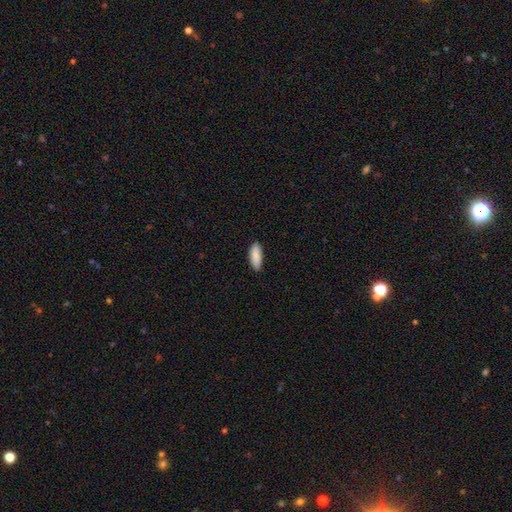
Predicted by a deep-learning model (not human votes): Q: Smooth or featured?
A: smooth (88%); runner-up: featured or disk (7%)
Q: How rounded?
A: in between (76%); runner-up: cigar-shaped (22%)
Q: Merging?
A: none (83%); runner-up: minor disturbance (14%)